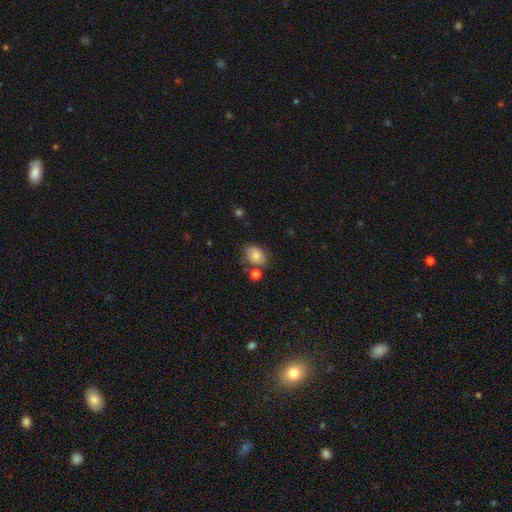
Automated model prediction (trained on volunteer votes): smooth_or_featured: smooth (p=0.82) [alt: featured or disk p=0.10]
how_rounded: in between (p=0.70) [alt: round p=0.29]
merging: none (p=0.64) [alt: minor disturbance p=0.19]